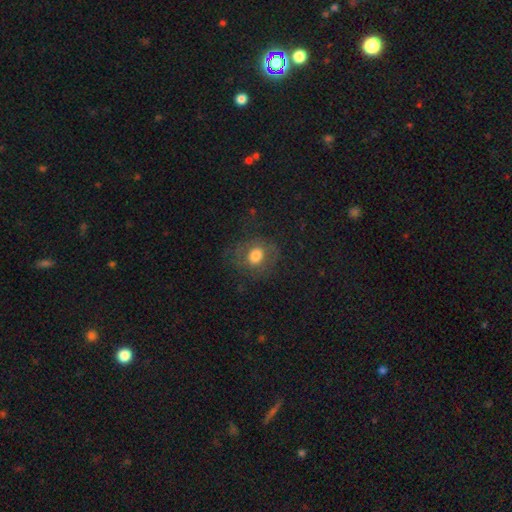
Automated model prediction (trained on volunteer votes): smooth 64%, featured or disk 24%, star or artifact 12%. Down the decision tree: how rounded — round (70%); merging — none (69%).